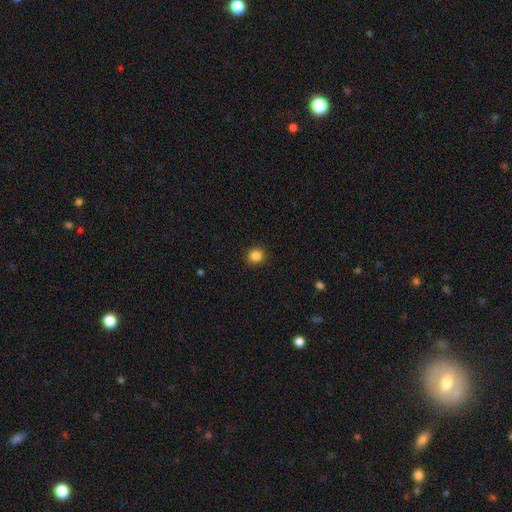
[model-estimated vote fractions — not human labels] smooth_or_featured: smooth (p=0.85) [alt: star or artifact p=0.11]
how_rounded: round (p=0.89) [alt: in between p=0.10]
merging: none (p=0.92) [alt: minor disturbance p=0.06]